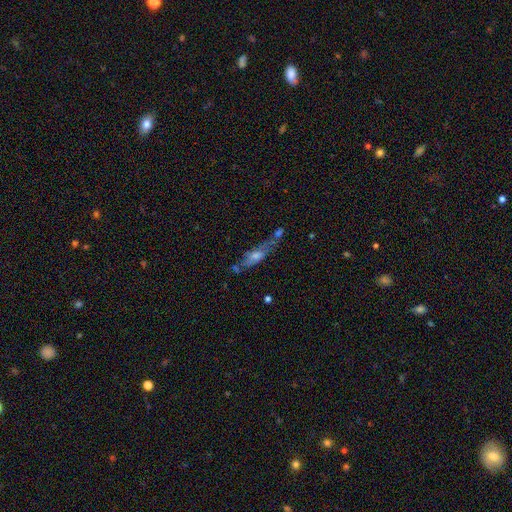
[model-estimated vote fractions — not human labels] Morphology: type=featured or disk (54%); edge-on=yes (54%); merging=none (45%).